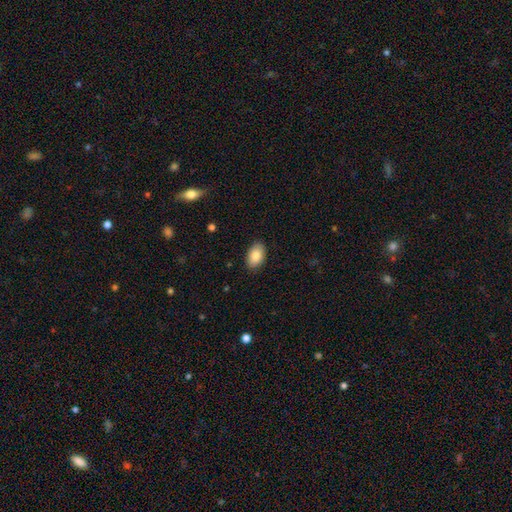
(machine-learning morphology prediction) Smooth or featured?
  - smooth: 87% *
  - star or artifact: 6%
  - featured or disk: 6%
How rounded?
  - in between: 93% *
  - round: 6%
  - cigar-shaped: 1%
Merging?
  - none: 88% *
  - minor disturbance: 9%
  - major disturbance: 2%
  - merger: 1%